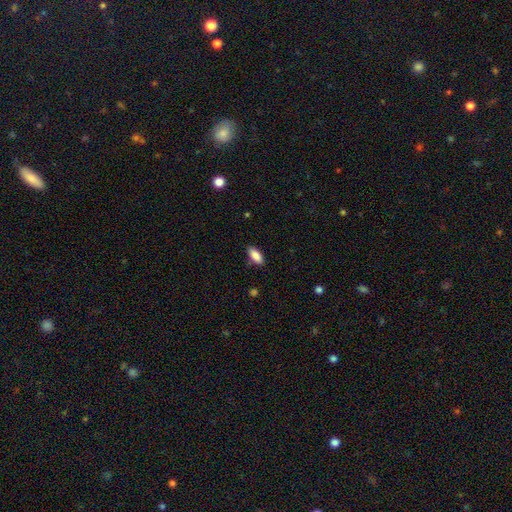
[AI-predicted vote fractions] Q: Smooth or featured?
A: smooth (88%); runner-up: star or artifact (7%)
Q: How rounded?
A: in between (87%); runner-up: cigar-shaped (11%)
Q: Merging?
A: none (86%); runner-up: minor disturbance (10%)